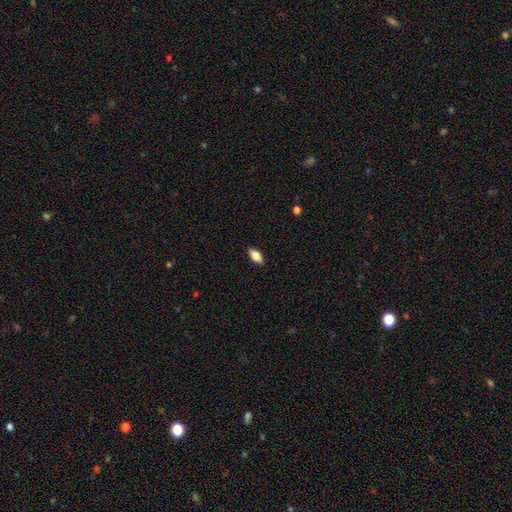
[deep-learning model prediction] Smooth or featured: smooth — 80% (featured or disk — 13%)
How rounded: in between — 89% (cigar-shaped — 8%)
Merging: none — 88% (minor disturbance — 9%)